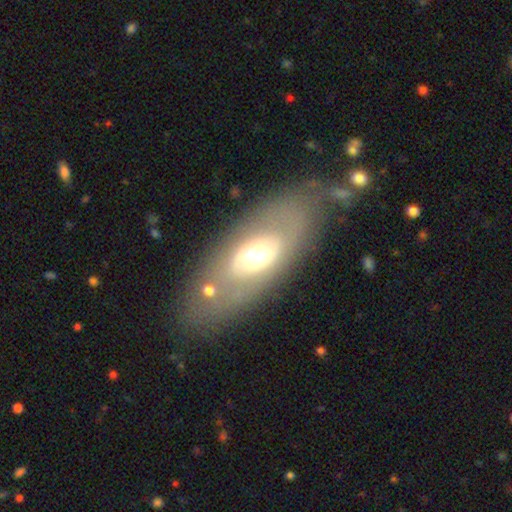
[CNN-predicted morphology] smooth_or_featured: featured or disk (p=0.54) [alt: smooth p=0.39]
disk_edge_on: no (p=0.84) [alt: yes p=0.16]
merging: none (p=0.75) [alt: minor disturbance p=0.14]